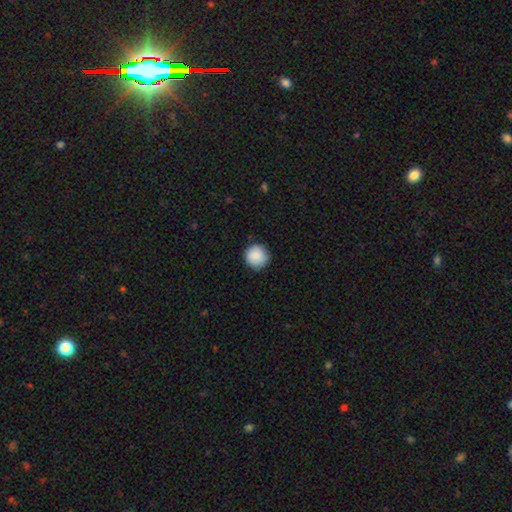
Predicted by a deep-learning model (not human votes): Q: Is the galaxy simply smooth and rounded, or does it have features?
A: smooth — 88%.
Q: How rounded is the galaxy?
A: round — 95%.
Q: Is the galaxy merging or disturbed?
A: none — 87%.